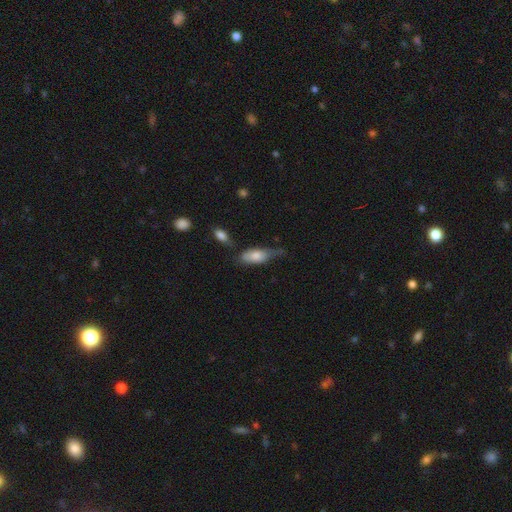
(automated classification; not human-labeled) This is likely a smooth galaxy (73%). How rounded: likely in between (78%). Merging: marginally minor disturbance (38%).